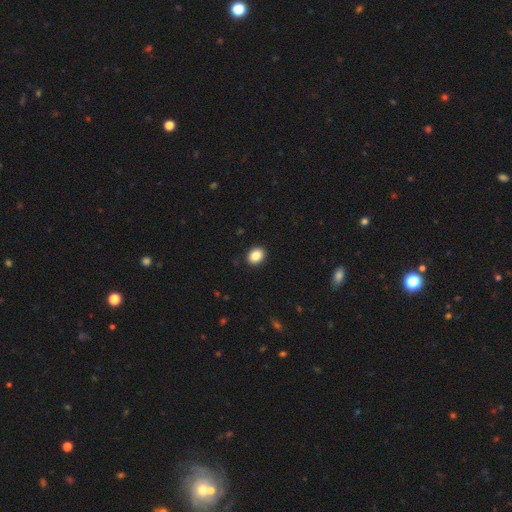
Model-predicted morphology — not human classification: Smooth or featured? smooth (86%)
How rounded? in between (56%)
Merging? none (91%)